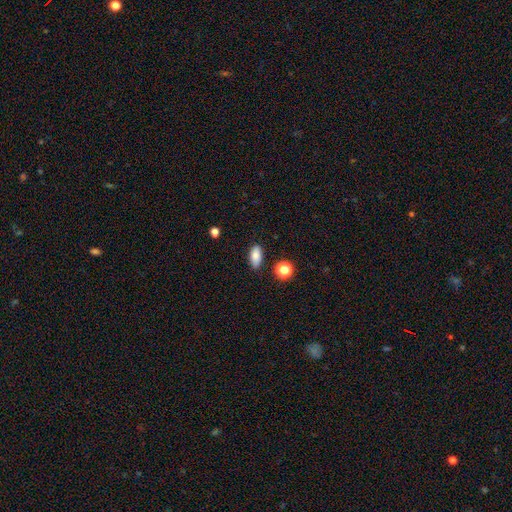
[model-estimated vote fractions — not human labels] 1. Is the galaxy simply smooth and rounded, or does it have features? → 83% smooth, 9% star or artifact, 8% featured or disk.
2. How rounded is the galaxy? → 87% in between, 8% cigar-shaped, 5% round.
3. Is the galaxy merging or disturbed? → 84% none, 11% minor disturbance, 2% merger, 2% major disturbance.